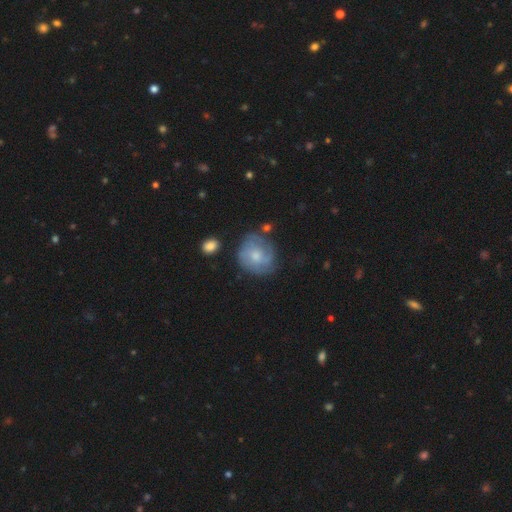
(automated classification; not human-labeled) Smooth or featured? Predicted: featured or disk (p=0.56). Edge-on disk? Predicted: no (p=0.97). Bar? Predicted: no (p=0.75). Spiral arms? Predicted: yes (p=0.79). Bulge size? Predicted: moderate (p=0.51). Merging? Predicted: none (p=0.65).